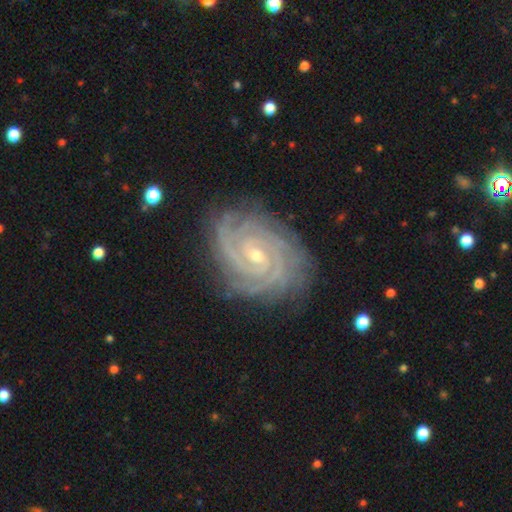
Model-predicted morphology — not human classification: Smooth or featured? Predicted: featured or disk (p=0.91). Edge-on disk? Predicted: no (p=0.98). Bar? Predicted: no (p=0.46). Spiral arms? Predicted: yes (p=0.99). Spiral winding? Predicted: tight (p=0.83). Spiral arm count? Predicted: 3 (p=0.23, tied with 2). Bulge size? Predicted: small (p=0.68). Merging? Predicted: none (p=0.82).